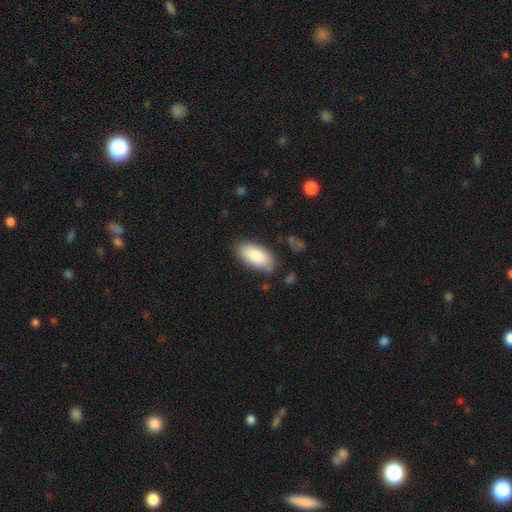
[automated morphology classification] A smooth galaxy with no disk features (85%) that is in between round and cigar-shaped (93%).

Vote fractions:
- Smooth or featured? smooth: 85% / featured or disk: 9% / star or artifact: 6%
- How rounded? in between: 93% / cigar-shaped: 5% / round: 2%
- Merging? none: 79% / minor disturbance: 15% / major disturbance: 4% / merger: 2%